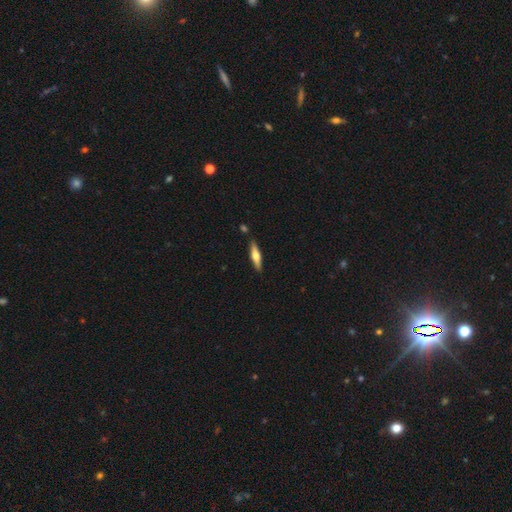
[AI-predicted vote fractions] This appears to be a featured or disk galaxy (49%). Merging: none (87%).